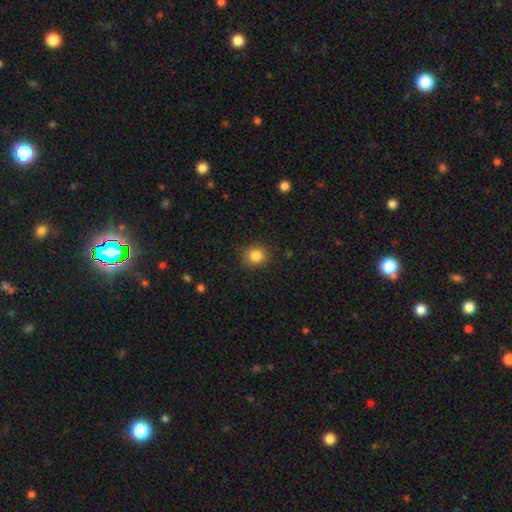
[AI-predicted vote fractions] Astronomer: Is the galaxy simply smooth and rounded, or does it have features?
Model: smooth — 85%.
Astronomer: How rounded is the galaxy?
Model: round — 84%.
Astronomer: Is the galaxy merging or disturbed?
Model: none — 88%.